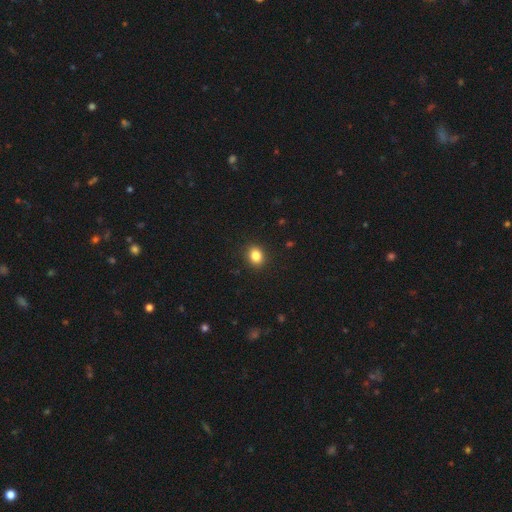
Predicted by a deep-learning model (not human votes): Smooth or featured: smooth — 85% (star or artifact — 10%)
How rounded: round — 58% (in between — 41%)
Merging: none — 91% (minor disturbance — 6%)